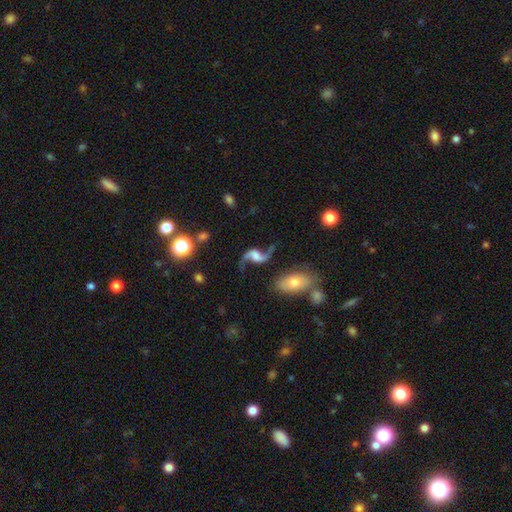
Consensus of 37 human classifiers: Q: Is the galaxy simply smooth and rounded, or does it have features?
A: featured or disk — 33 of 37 (89%).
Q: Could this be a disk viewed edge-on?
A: no — 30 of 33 (91%).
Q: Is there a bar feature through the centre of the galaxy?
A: no — 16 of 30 (53%).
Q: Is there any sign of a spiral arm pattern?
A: yes — 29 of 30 (97%).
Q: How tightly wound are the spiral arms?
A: loose — 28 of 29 (97%).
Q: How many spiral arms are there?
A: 2 — 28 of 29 (97%).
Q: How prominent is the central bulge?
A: moderate — 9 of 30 (30%, tied with small).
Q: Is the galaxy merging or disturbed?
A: none — 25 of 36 (69%).